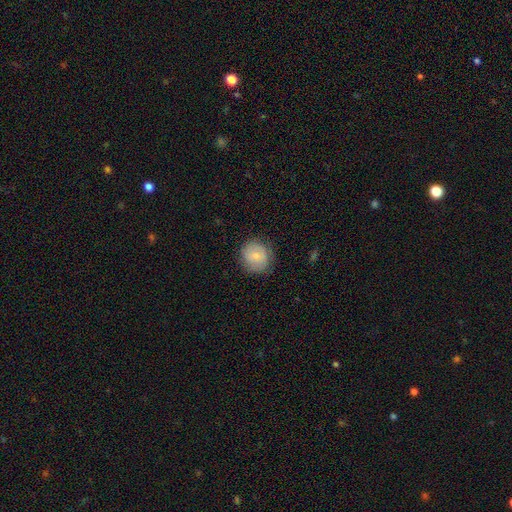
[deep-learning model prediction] Overall: smooth (72%). How rounded: round (85%). Merging: none (79%).